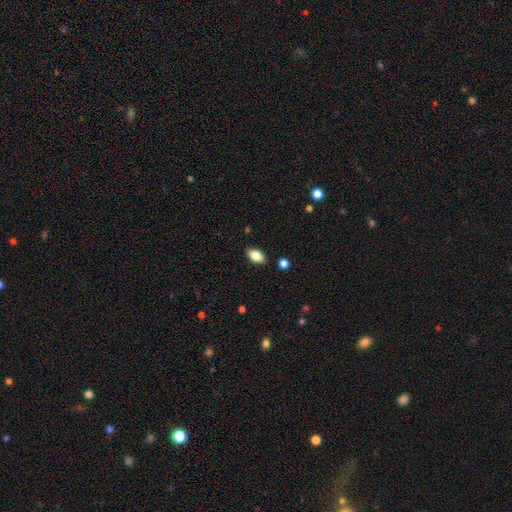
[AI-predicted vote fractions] Morphology: type=smooth (83%); roundness=in between (92%); merging=none (88%).